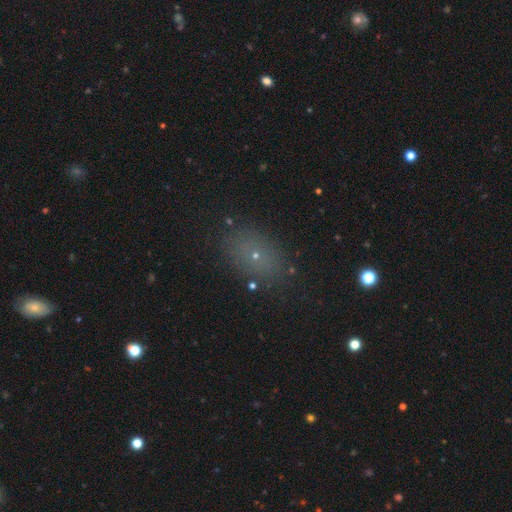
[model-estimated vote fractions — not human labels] The model was most divided on "smooth or featured": smooth: 62%, star or artifact: 24%, featured or disk: 14%. More confident: merging — none (83%); how rounded — in between (70%).